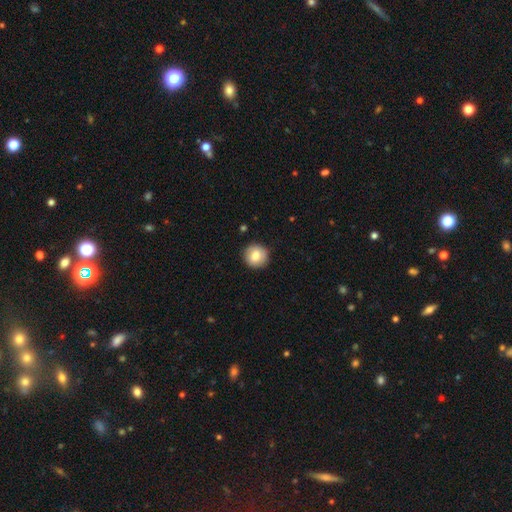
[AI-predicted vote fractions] Smooth or featured: smooth — 83% (featured or disk — 9%)
How rounded: round — 93% (in between — 6%)
Merging: none — 89% (minor disturbance — 8%)